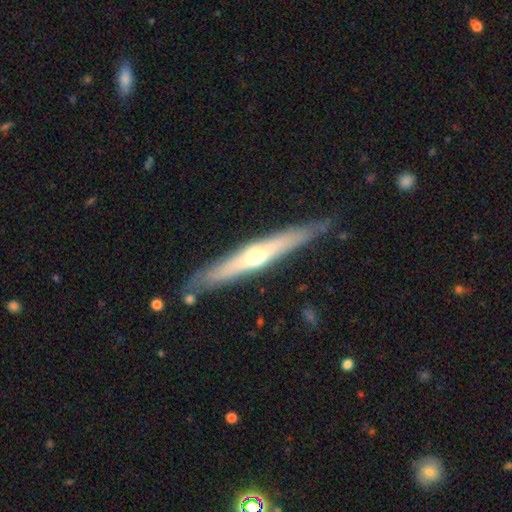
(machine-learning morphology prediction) This appears to be a featured or disk galaxy (65%) viewed edge-on (93%) with a rounded central bulge (84%). Merging: none (84%).